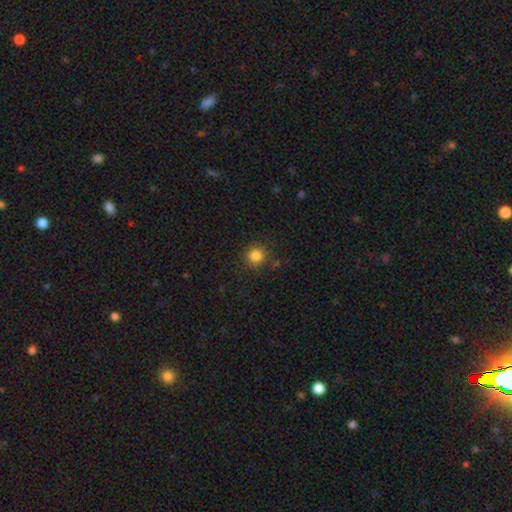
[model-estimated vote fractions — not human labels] This is clearly a smooth galaxy (83%). How rounded: clearly round (93%). Merging: clearly none (87%).